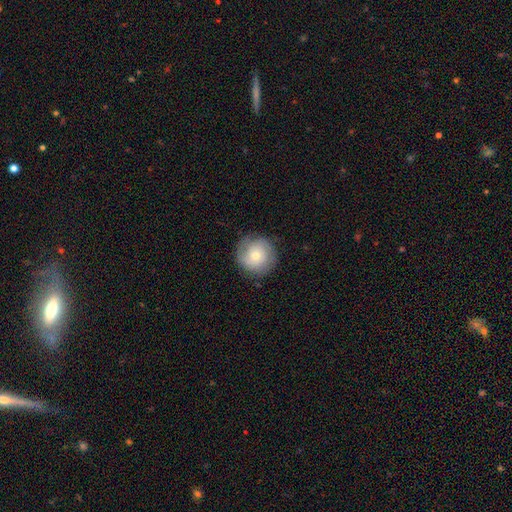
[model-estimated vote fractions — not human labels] A smooth galaxy with no disk features (58%) that is round (93%).

Vote fractions:
- Smooth or featured? smooth: 58% / featured or disk: 34% / star or artifact: 8%
- How rounded? round: 93% / in between: 6% / cigar-shaped: 1%
- Merging? none: 82% / minor disturbance: 13% / major disturbance: 4% / merger: 1%